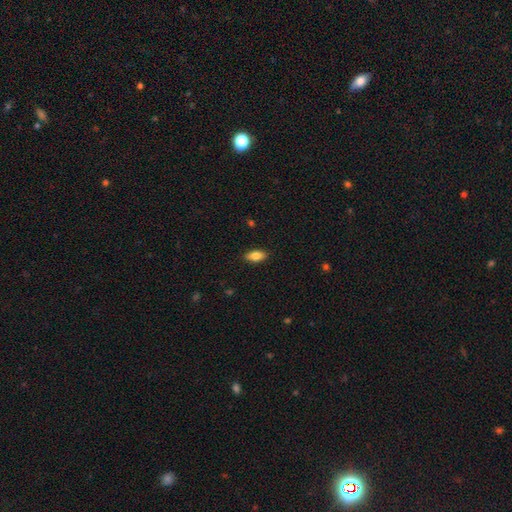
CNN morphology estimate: This appears to be a smooth galaxy with no disk features (81%) that is in between round and cigar-shaped (87%). Merging: none (88%).